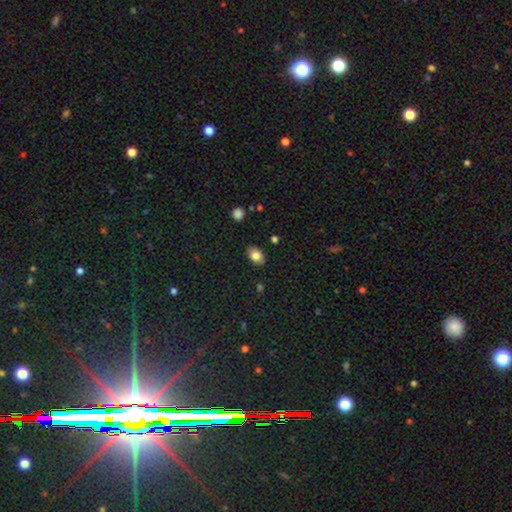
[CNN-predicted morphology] smooth 83%, featured or disk 9%, star or artifact 8%. Down the decision tree: how rounded — in between (83%); merging — none (86%).